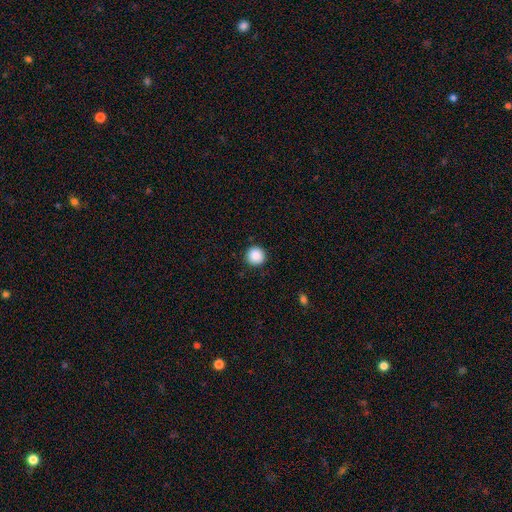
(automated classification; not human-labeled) A smooth galaxy with no disk features (88%) that is round (95%). Merging: none (92%).